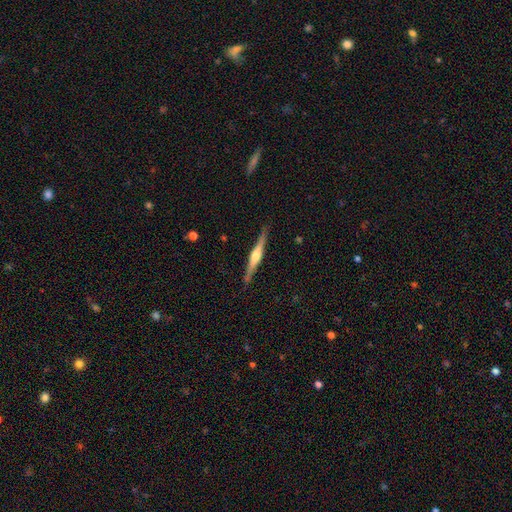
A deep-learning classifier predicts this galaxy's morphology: featured or disk 77%, smooth 18%, star or artifact 5%. Down the decision tree: edge-on disk — yes (98%); edge-on bulge — rounded (85%); merging — none (88%).